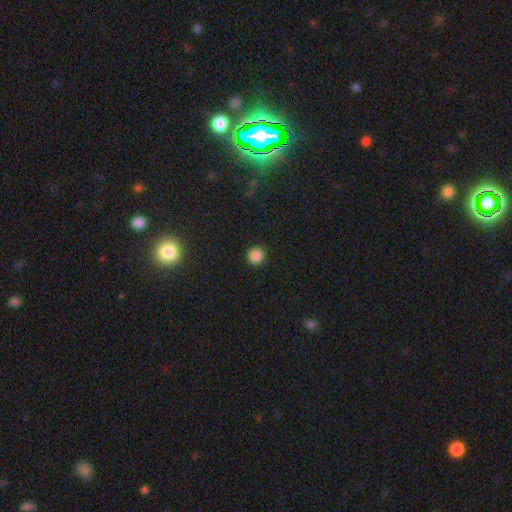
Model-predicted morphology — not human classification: Overall: smooth (85%). How rounded: round (94%). Merging: none (92%).